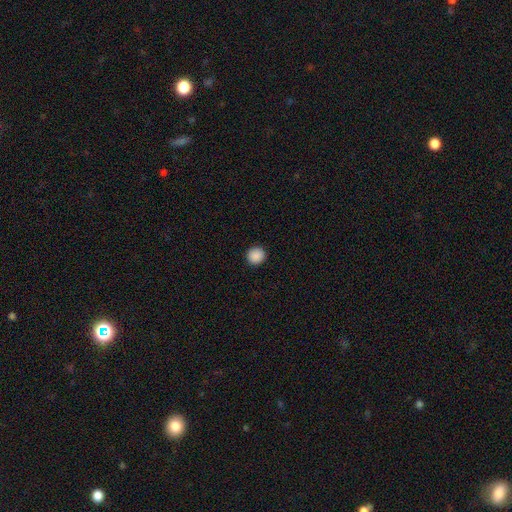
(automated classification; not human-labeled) smooth-or-featured: smooth: 89% | star or artifact: 9% | featured or disk: 2%
  how-rounded: round: 94% | in between: 5% | cigar-shaped: 1%
  merging: none: 93% | minor disturbance: 4% | major disturbance: 2% | merger: 1%